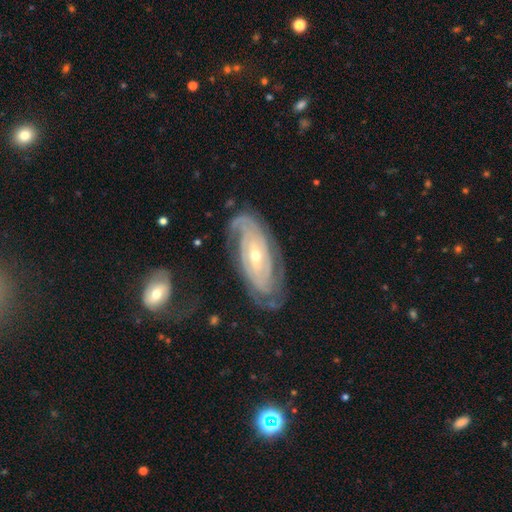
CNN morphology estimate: A featured or disk galaxy (88%) with no bar (56%), tight (75%) spiral arms (96%) and a small central bulge (60%).

Vote fractions:
- Smooth or featured? featured or disk: 88% / smooth: 7% / star or artifact: 5%
- Edge-on disk? no: 93% / yes: 7%
- Bar? no: 56% / weak: 29% / strong: 15%
- Spiral arms? yes: 96% / no: 4%
- Spiral winding? tight: 75% / medium: 20% / loose: 5%
- Spiral arm count? can't tell: 34% / 2: 31% / 3: 16% / 4: 9% / more than 4: 5% / 1: 5%
- Bulge size? small: 60% / moderate: 37% / large: 1% / none: 1% / dominant: 1%
- Merging? none: 70% / minor disturbance: 18% / major disturbance: 10% / merger: 3%